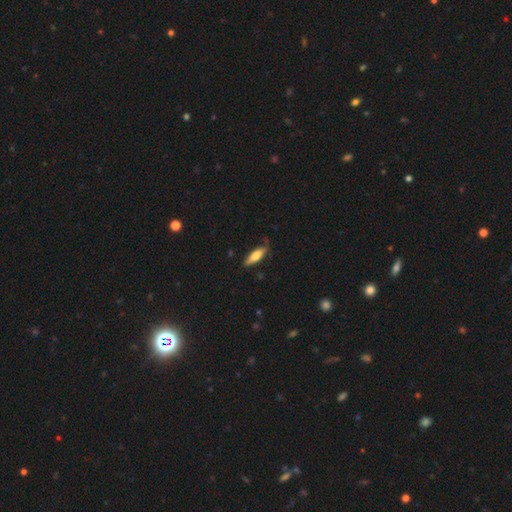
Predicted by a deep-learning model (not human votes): Smooth or featured: smooth — 64% (featured or disk — 30%)
How rounded: cigar-shaped — 54% (in between — 44%)
Merging: none — 75% (minor disturbance — 20%)